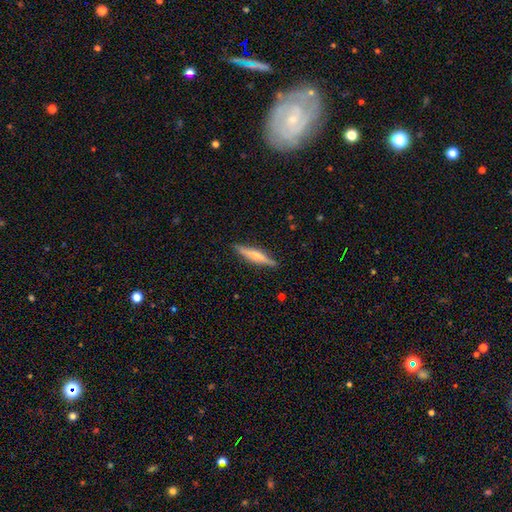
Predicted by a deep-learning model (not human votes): smooth 49%, featured or disk 45%, star or artifact 6%. Down the decision tree: merging — none (85%).